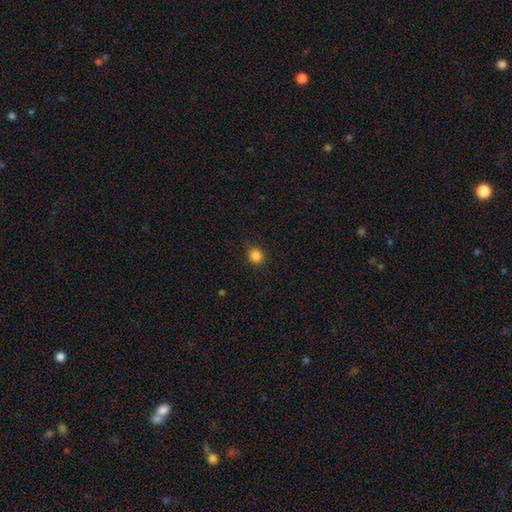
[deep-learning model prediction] Smooth or featured? smooth (85%)
How rounded? round (83%)
Merging? none (88%)